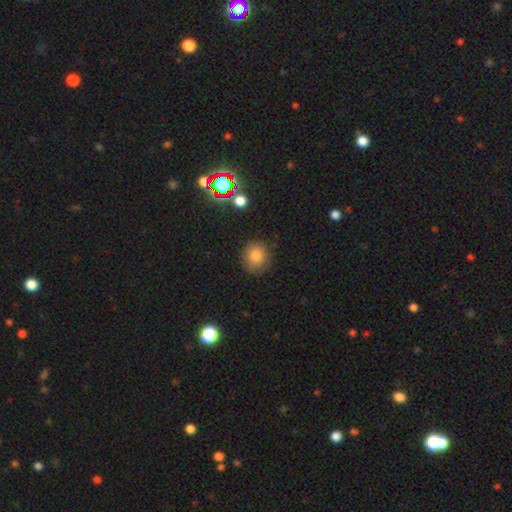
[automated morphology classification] The model was most divided on "smooth or featured": smooth: 81%, star or artifact: 12%, featured or disk: 7%. More confident: how rounded — round (86%); merging — none (85%).